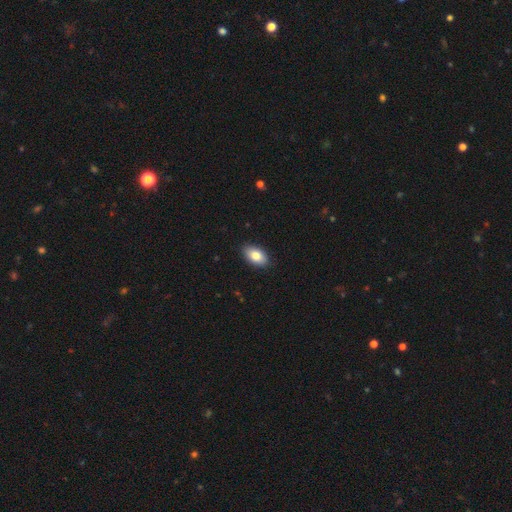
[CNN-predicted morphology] This is clearly a smooth galaxy (82%). How rounded: clearly in between (93%). Merging: clearly none (88%).